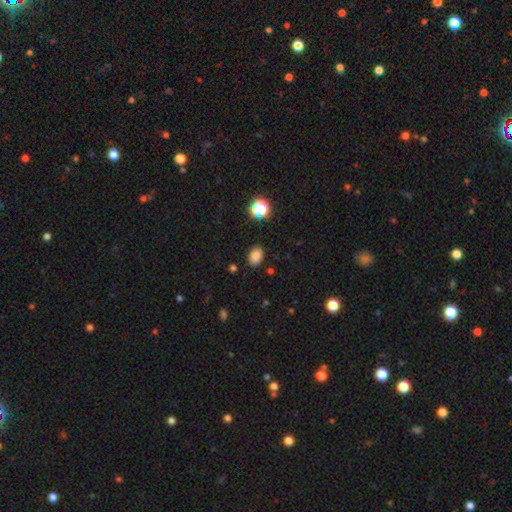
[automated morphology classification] Smooth or featured: smooth — 83% (star or artifact — 13%)
How rounded: in between — 78% (round — 21%)
Merging: none — 87% (minor disturbance — 9%)